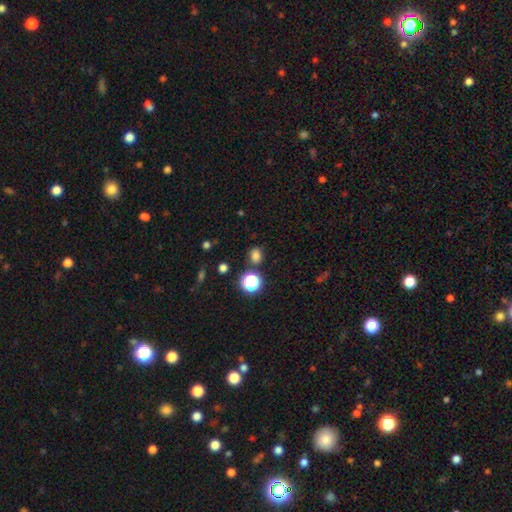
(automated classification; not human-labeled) Smooth or featured? smooth (75%)
How rounded? round (62%)
Merging? none (79%)